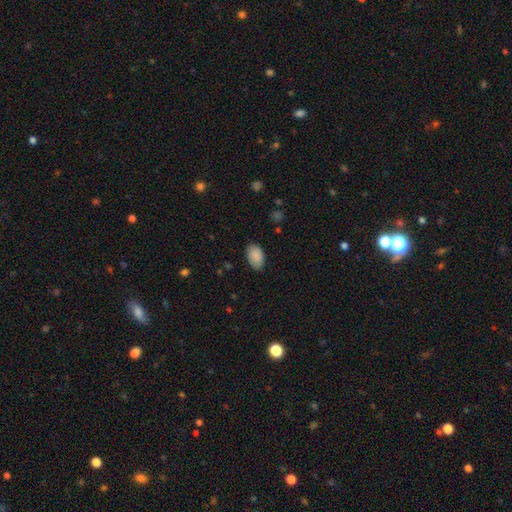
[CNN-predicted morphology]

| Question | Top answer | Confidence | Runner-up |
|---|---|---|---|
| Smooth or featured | smooth | 89% | star or artifact (7%) |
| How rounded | in between | 92% | round (7%) |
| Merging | none | 82% | minor disturbance (14%) |